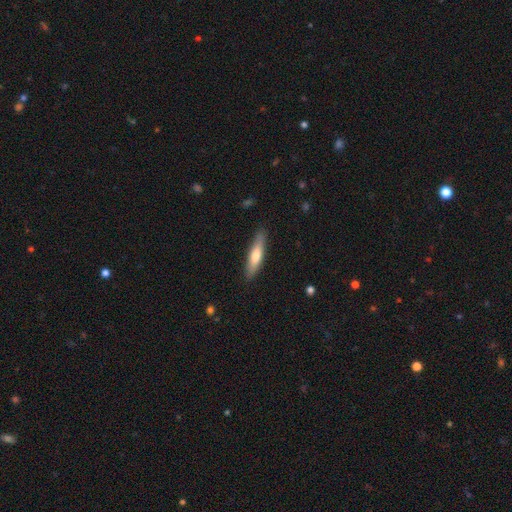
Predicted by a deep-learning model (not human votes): A smooth galaxy with no disk features (65%) that is cigar-shaped (79%). Merging: none (87%).